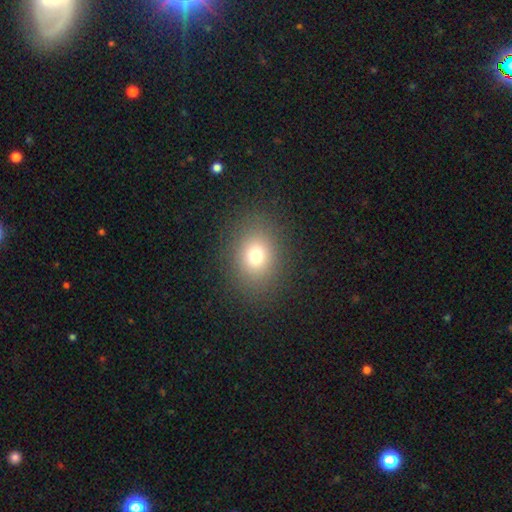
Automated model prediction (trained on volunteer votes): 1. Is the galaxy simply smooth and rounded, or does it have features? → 73% smooth, 16% star or artifact, 11% featured or disk.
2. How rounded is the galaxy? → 54% round, 45% in between, 1% cigar-shaped.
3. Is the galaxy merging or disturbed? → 86% none, 8% minor disturbance, 5% major disturbance, 1% merger.